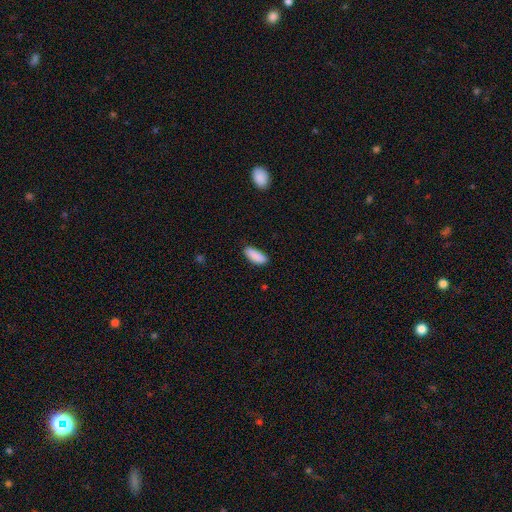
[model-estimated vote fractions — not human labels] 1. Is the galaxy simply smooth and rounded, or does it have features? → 90% smooth, 6% star or artifact, 4% featured or disk.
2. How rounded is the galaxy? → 76% in between, 23% cigar-shaped, 2% round.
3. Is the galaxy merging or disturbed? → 85% none, 12% minor disturbance, 2% major disturbance, 1% merger.